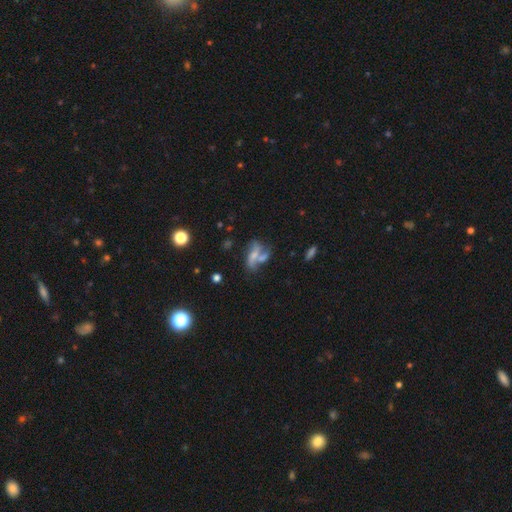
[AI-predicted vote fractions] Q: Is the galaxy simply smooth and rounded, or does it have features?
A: featured or disk — 49%.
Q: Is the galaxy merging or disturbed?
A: merger — 38%.